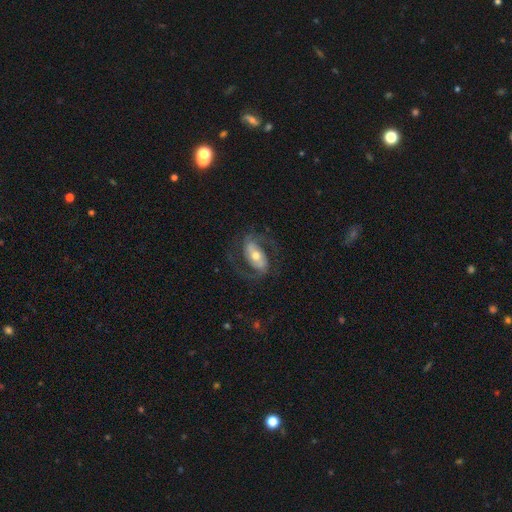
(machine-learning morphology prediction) smooth-or-featured: featured or disk: 79% | smooth: 15% | star or artifact: 6%
  disk-edge-on: no: 95% | yes: 5%
    bar: strong: 37% | weak: 35% | no: 28%
    has-spiral-arms: yes: 91% | no: 9%
      spiral-winding: medium: 51% | loose: 29% | tight: 20%
      spiral-arm-count: 2: 90% | can't tell: 5% | 1: 2% | 3: 2% | 4: 1% | more than 4: 1%
    bulge-size: moderate: 67% | small: 21% | large: 10% | dominant: 1% | none: 1%
  merging: none: 71% | minor disturbance: 14% | major disturbance: 14% | merger: 1%